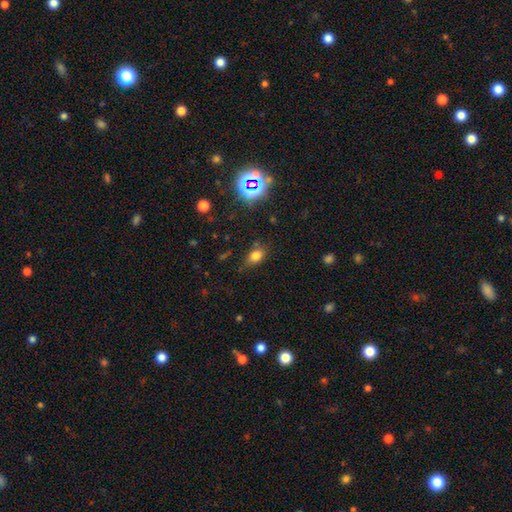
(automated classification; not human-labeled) Overall: smooth (74%). How rounded: in between (74%). Merging: none (74%).